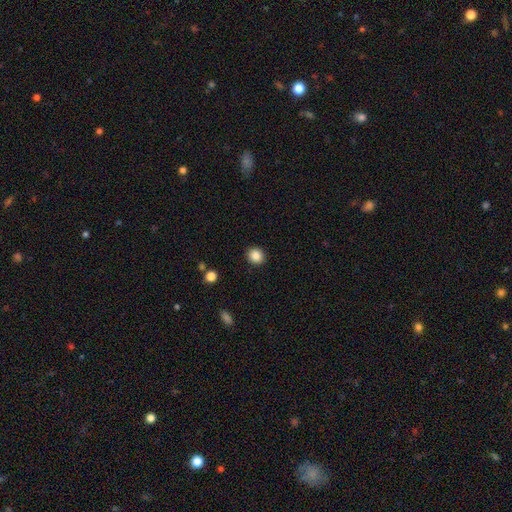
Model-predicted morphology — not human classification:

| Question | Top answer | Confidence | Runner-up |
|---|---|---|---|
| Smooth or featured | smooth | 86% | star or artifact (10%) |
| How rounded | round | 82% | in between (17%) |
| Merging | none | 91% | minor disturbance (6%) |